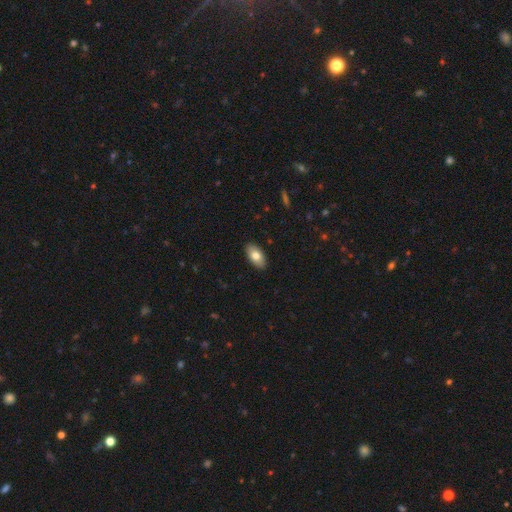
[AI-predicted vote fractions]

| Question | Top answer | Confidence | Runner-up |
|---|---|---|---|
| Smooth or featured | smooth | 78% | featured or disk (16%) |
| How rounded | in between | 93% | round (3%) |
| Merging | none | 89% | minor disturbance (8%) |